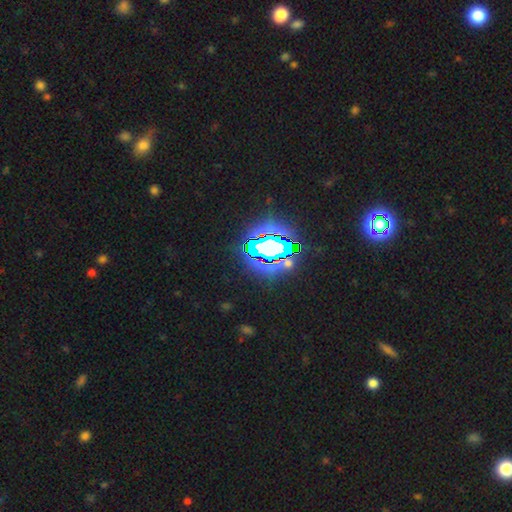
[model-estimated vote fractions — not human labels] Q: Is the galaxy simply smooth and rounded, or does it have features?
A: star or artifact — 71%.